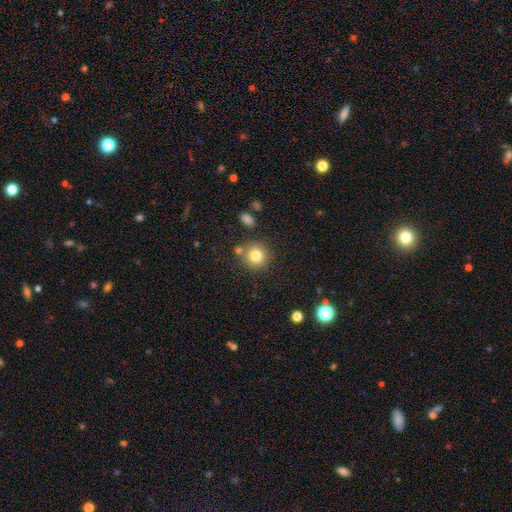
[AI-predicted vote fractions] smooth_or_featured: smooth (p=0.80) [alt: star or artifact p=0.11]
how_rounded: round (p=0.92) [alt: in between p=0.07]
merging: none (p=0.79) [alt: minor disturbance p=0.09]